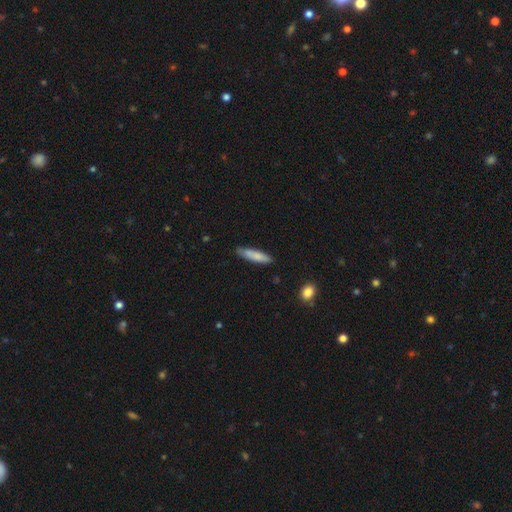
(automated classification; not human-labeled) A smooth galaxy with no disk features (80%) that is cigar-shaped (79%). Merging: none (82%).